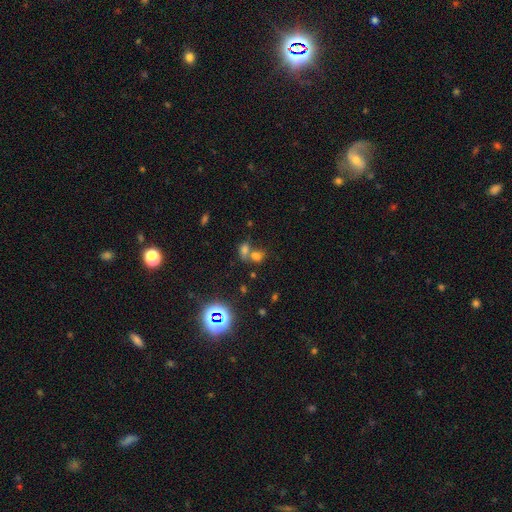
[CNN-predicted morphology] A smooth galaxy with no disk features (63%) that is in between round and cigar-shaped (58%).

Vote fractions:
- Smooth or featured? smooth: 63% / star or artifact: 27% / featured or disk: 11%
- How rounded? in between: 58% / round: 40% / cigar-shaped: 2%
- Merging? merger: 54% / none: 34% / minor disturbance: 7% / major disturbance: 5%